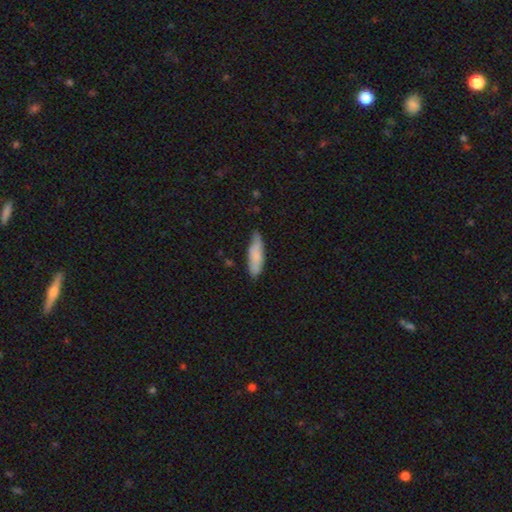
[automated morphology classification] Smooth or featured? smooth (78%)
How rounded? cigar-shaped (57%)
Merging? none (70%)